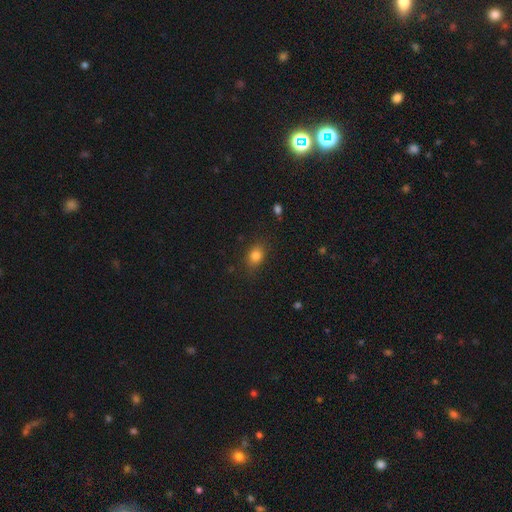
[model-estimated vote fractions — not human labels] This appears to be a smooth galaxy with no disk features (82%) that is in between round and cigar-shaped (63%). Merging: none (83%).